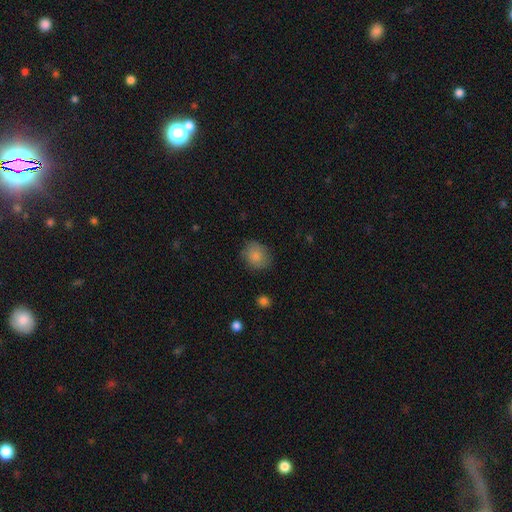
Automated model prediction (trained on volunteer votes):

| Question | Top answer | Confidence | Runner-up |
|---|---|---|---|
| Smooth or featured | smooth | 84% | star or artifact (8%) |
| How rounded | round | 63% | in between (36%) |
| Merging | none | 76% | minor disturbance (18%) |